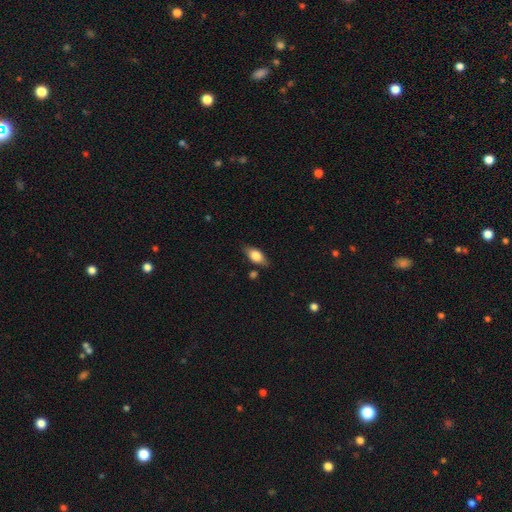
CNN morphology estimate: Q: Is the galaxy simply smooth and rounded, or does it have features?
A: smooth — 71%.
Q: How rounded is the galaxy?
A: in between — 84%.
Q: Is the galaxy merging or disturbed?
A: none — 76%.